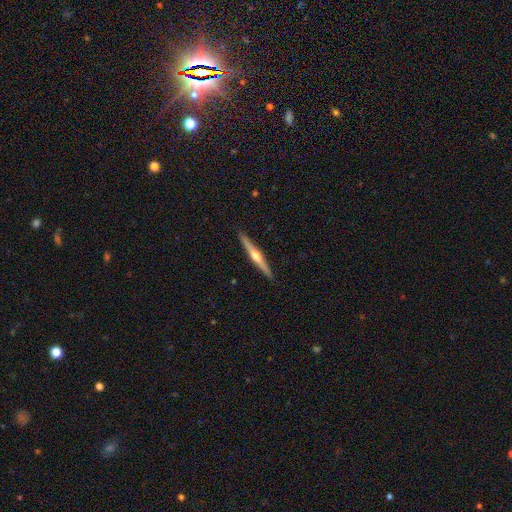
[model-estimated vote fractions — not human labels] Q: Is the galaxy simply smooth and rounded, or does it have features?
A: featured or disk — 75%.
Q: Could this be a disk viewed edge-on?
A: yes — 98%.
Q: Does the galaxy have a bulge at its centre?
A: rounded — 92%.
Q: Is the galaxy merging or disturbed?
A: none — 92%.